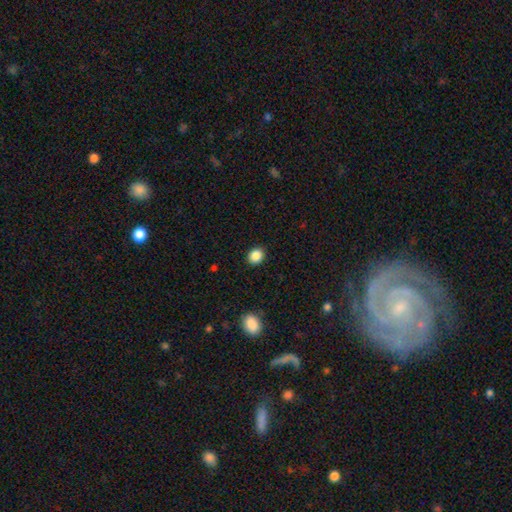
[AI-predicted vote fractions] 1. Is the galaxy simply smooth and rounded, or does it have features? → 88% smooth, 9% star or artifact, 3% featured or disk.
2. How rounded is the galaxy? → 62% round, 37% in between, 1% cigar-shaped.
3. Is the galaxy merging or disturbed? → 90% none, 7% minor disturbance, 2% major disturbance, 1% merger.